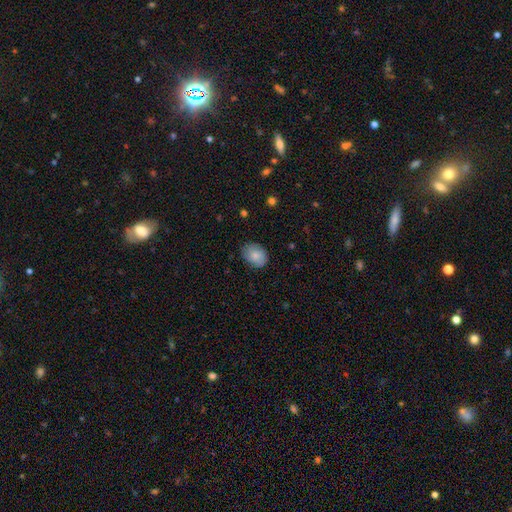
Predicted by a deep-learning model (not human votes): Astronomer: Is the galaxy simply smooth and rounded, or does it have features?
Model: smooth — 80%.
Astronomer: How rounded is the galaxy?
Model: in between — 67%.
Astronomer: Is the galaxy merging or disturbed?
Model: none — 79%.